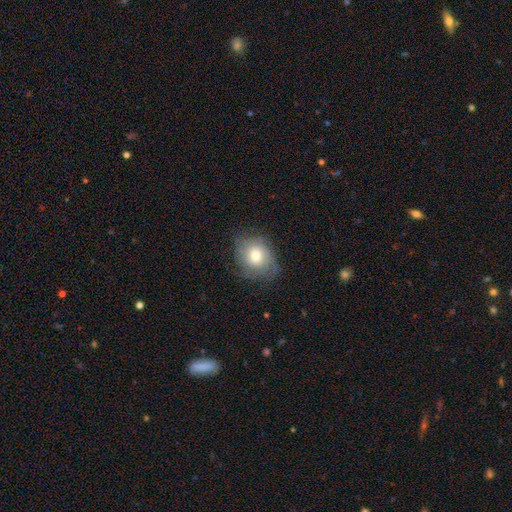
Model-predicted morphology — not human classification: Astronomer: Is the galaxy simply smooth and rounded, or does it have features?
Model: smooth — 57% (runner-up: featured or disk, 34%).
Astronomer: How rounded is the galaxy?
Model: round — 62% (runner-up: in between, 37%).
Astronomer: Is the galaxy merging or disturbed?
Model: none — 63%.